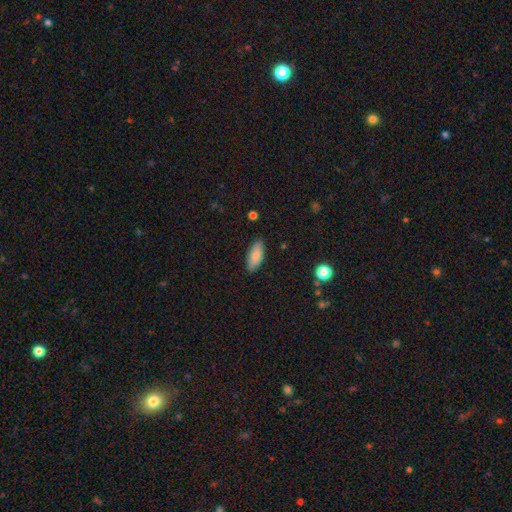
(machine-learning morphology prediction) smooth_or_featured: smooth (p=0.82) [alt: featured or disk p=0.11]
how_rounded: in between (p=0.81) [alt: cigar-shaped p=0.17]
merging: none (p=0.87) [alt: minor disturbance p=0.10]